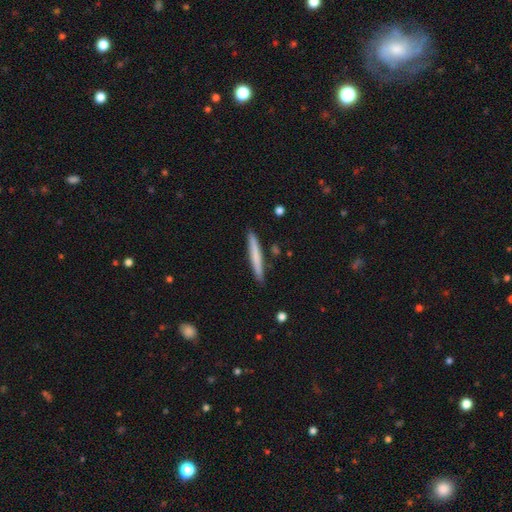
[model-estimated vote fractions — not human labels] Smooth or featured?
  - smooth: 70% *
  - featured or disk: 24%
  - star or artifact: 5%
How rounded?
  - cigar-shaped: 96% *
  - in between: 3%
  - round: 1%
Merging?
  - none: 89% *
  - minor disturbance: 8%
  - merger: 2%
  - major disturbance: 1%